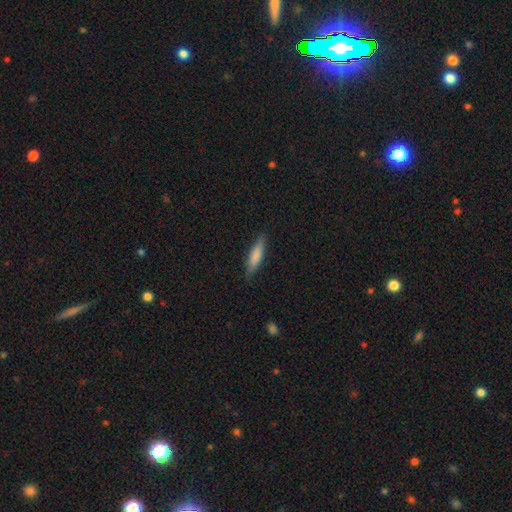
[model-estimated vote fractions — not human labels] Smooth or featured? Predicted: smooth (p=0.77). How rounded? Predicted: cigar-shaped (p=0.75). Merging? Predicted: none (p=0.85).